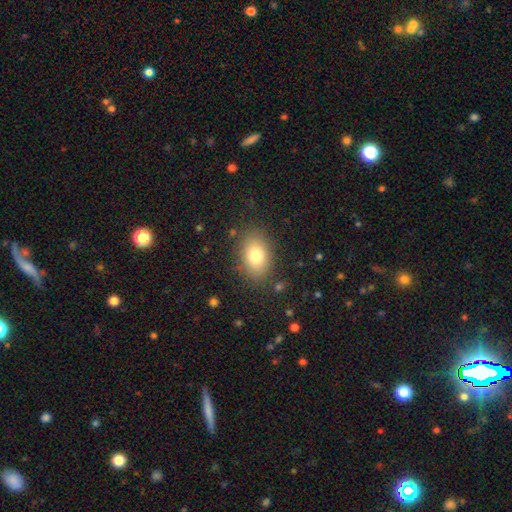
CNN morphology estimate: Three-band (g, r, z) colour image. It shows a smooth galaxy with no disk features (79%) that is in between round and cigar-shaped (81%). Merging: none (82%).